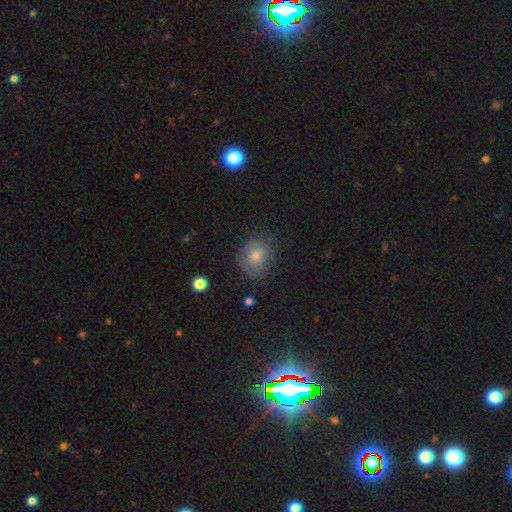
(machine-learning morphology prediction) Smooth or featured?
  - smooth: 74% *
  - star or artifact: 14%
  - featured or disk: 12%
How rounded?
  - round: 65% *
  - in between: 34%
  - cigar-shaped: 1%
Merging?
  - none: 79% *
  - minor disturbance: 15%
  - major disturbance: 4%
  - merger: 1%